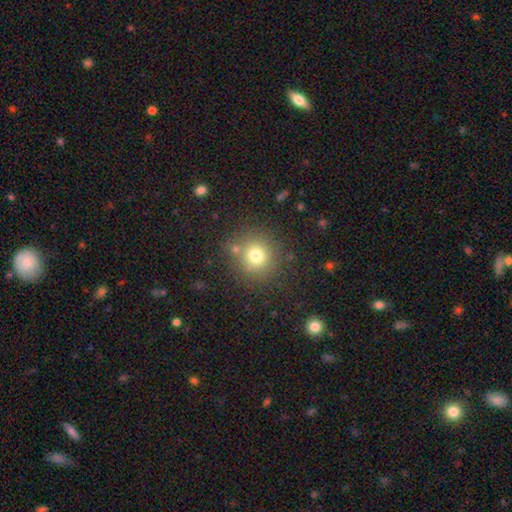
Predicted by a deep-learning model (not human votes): Morphology: type=smooth (74%); roundness=round (90%); merging=none (78%).